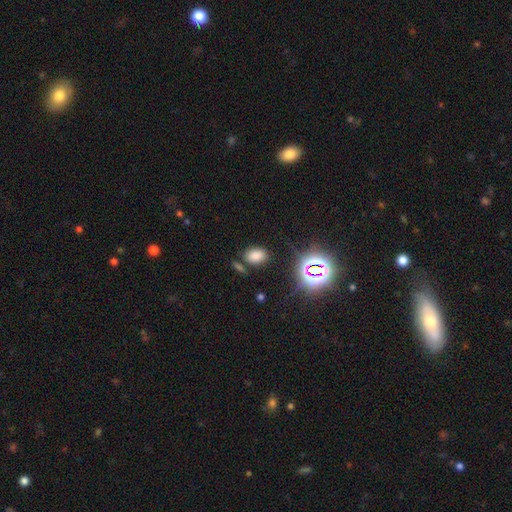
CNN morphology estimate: Overall: smooth (72%). How rounded: in between (85%). Merging: none (75%).